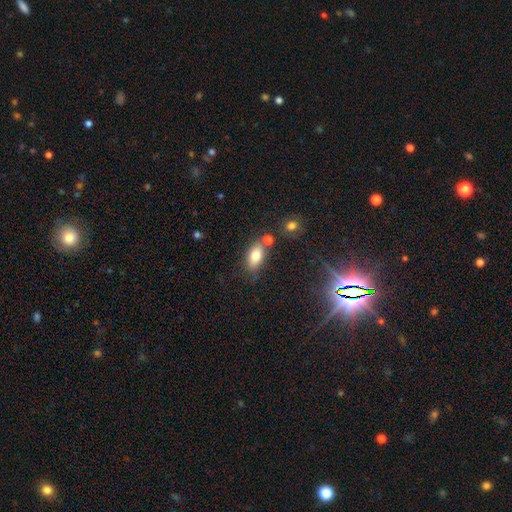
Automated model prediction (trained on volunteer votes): This appears to be a smooth galaxy with no disk features (79%) that is in between round and cigar-shaped (88%). Merging: none (67%).